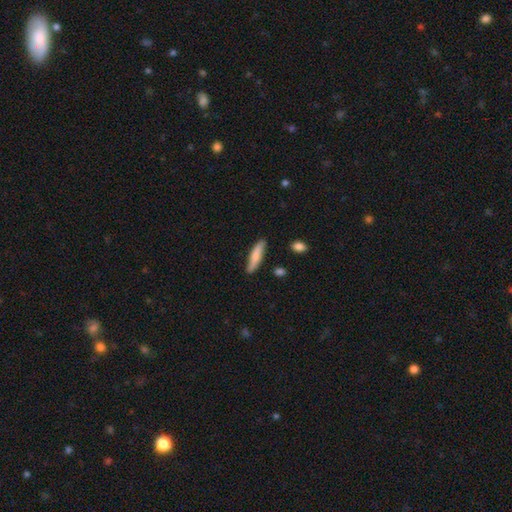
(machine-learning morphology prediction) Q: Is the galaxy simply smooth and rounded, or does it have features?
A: smooth — 74%.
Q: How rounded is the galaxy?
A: cigar-shaped — 80%.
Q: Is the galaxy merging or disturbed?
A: none — 82%.